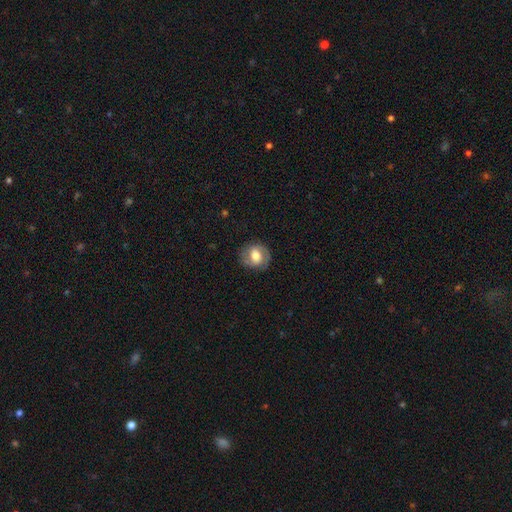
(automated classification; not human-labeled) smooth-or-featured: featured or disk: 52% | smooth: 41% | star or artifact: 7%
  disk-edge-on: no: 96% | yes: 4%
  merging: none: 79% | minor disturbance: 14% | major disturbance: 6% | merger: 1%